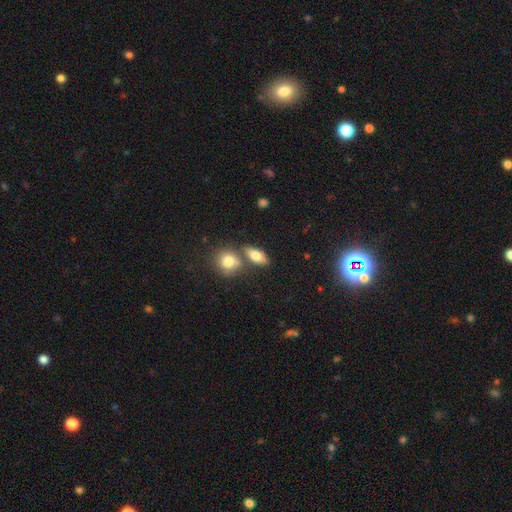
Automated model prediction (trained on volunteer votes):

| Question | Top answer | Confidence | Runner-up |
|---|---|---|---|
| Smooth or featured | smooth | 73% | featured or disk (18%) |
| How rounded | in between | 81% | round (10%) |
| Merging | none | 61% | merger (23%) |